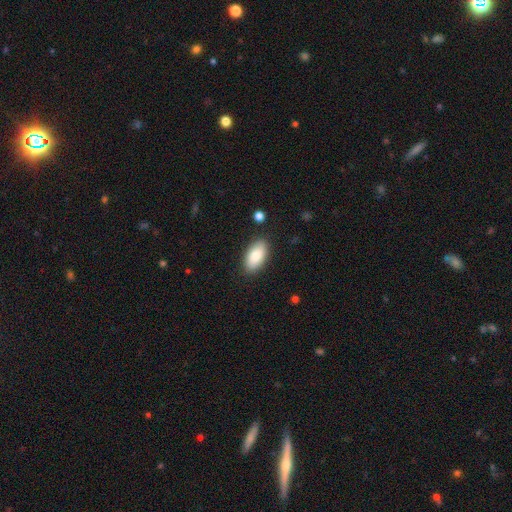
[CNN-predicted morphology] Smooth or featured? smooth (86%)
How rounded? in between (93%)
Merging? none (86%)